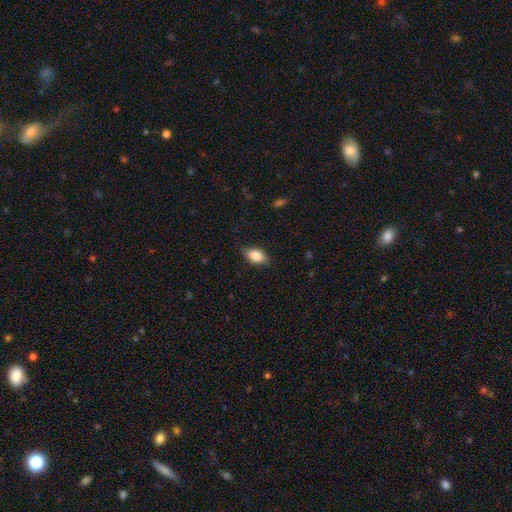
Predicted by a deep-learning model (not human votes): smooth-or-featured: smooth: 83% | featured or disk: 10% | star or artifact: 7%
  how-rounded: in between: 88% | round: 8% | cigar-shaped: 4%
  merging: none: 80% | minor disturbance: 16% | major disturbance: 3% | merger: 1%